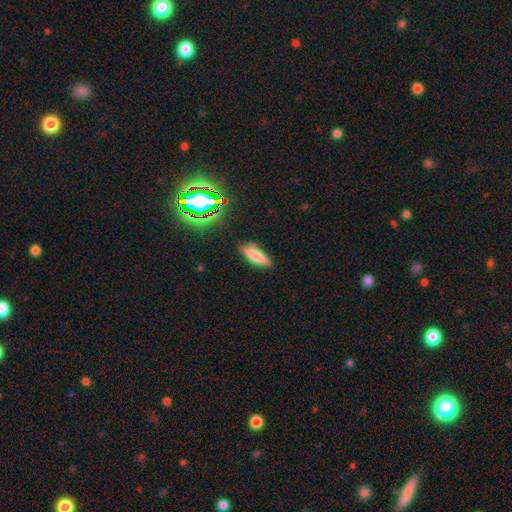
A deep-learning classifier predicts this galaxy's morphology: A smooth galaxy with no disk features (73%) that is in between round and cigar-shaped (53%). Merging: none (79%).